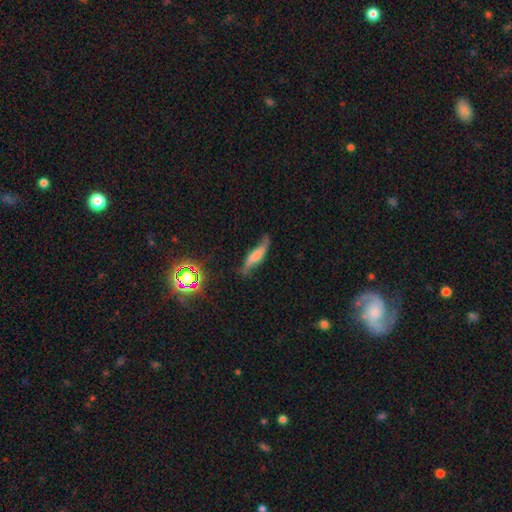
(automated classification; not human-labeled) This appears to be a featured or disk galaxy (54%). Merging: none (58%).